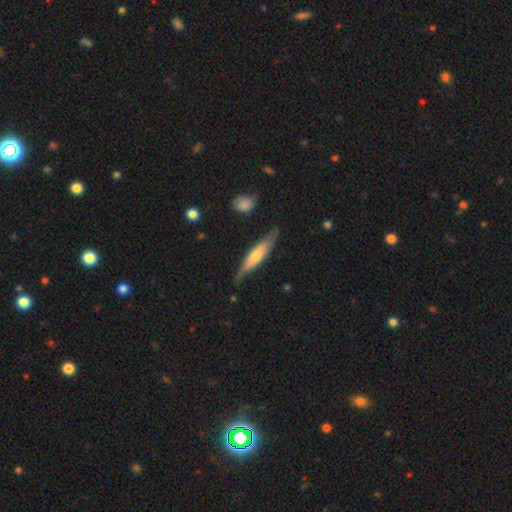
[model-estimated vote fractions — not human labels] The model was most divided on "smooth or featured": featured or disk: 48%, smooth: 46%, star or artifact: 5%. More confident: merging — none (74%).